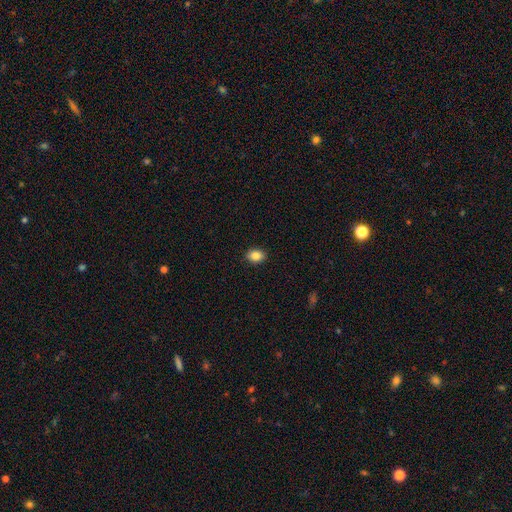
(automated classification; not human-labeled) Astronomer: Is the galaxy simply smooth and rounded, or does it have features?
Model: smooth — 86%.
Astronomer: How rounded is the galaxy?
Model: in between — 68%.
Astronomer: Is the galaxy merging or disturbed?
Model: none — 90%.